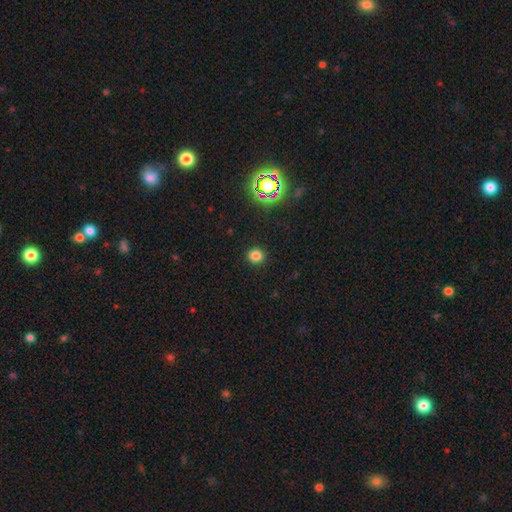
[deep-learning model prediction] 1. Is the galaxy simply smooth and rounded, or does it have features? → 79% smooth, 16% star or artifact, 4% featured or disk.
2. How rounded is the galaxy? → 89% round, 10% in between, 1% cigar-shaped.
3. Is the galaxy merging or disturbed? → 91% none, 6% minor disturbance, 2% major disturbance, 1% merger.